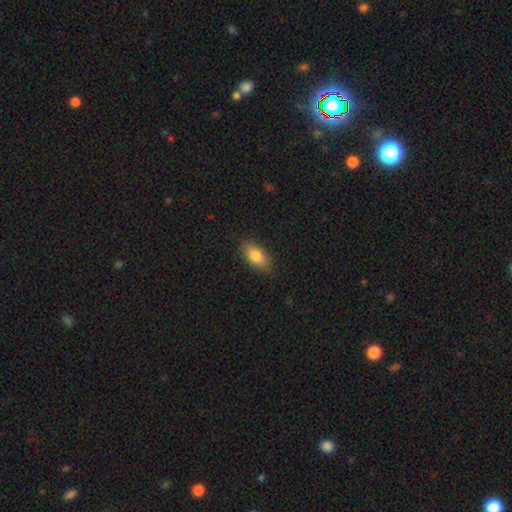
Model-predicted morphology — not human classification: This is clearly a smooth galaxy (82%). How rounded: clearly in between (89%). Merging: clearly none (86%).